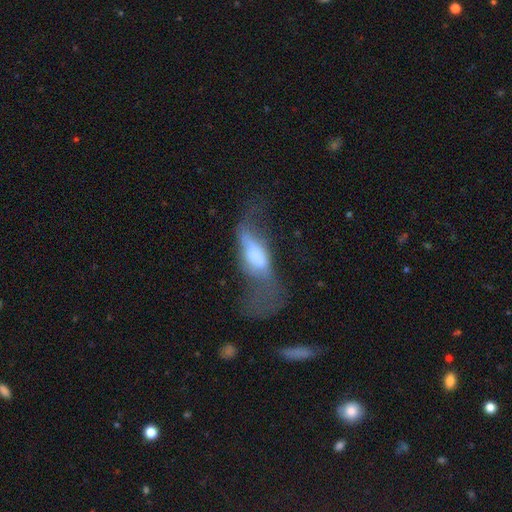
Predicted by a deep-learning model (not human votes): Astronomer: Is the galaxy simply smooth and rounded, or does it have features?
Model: featured or disk — 49% (runner-up: smooth, 42%).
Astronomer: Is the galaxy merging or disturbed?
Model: major disturbance — 52%.